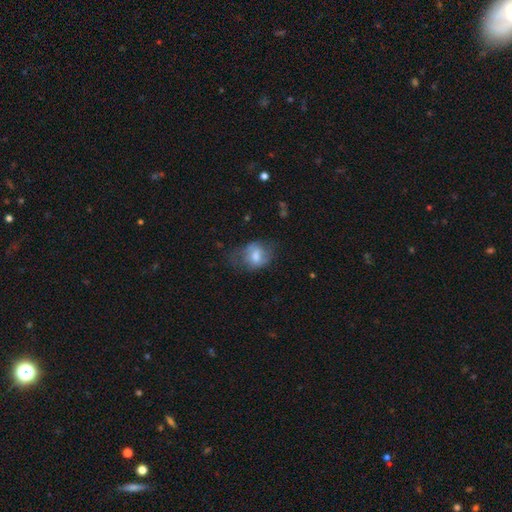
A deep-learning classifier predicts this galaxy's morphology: The model was most divided on "merging": none: 40%, minor disturbance: 31%, major disturbance: 26%, merger: 2%. More confident: how rounded — in between (68%); smooth or featured — smooth (59%).